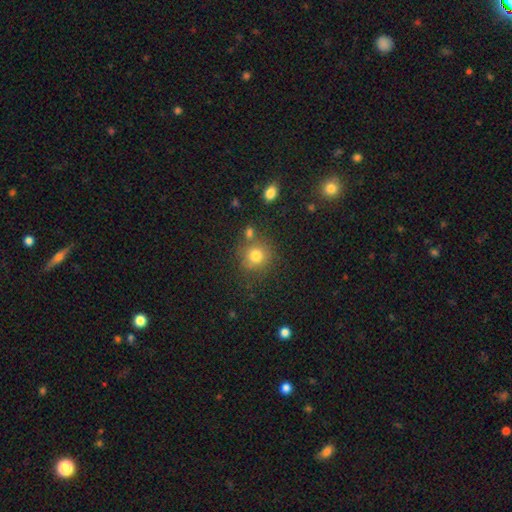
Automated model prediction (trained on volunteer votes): smooth-or-featured: smooth: 79% | star or artifact: 12% | featured or disk: 9%
  how-rounded: round: 88% | in between: 11% | cigar-shaped: 1%
  merging: none: 72% | minor disturbance: 12% | merger: 11% | major disturbance: 5%